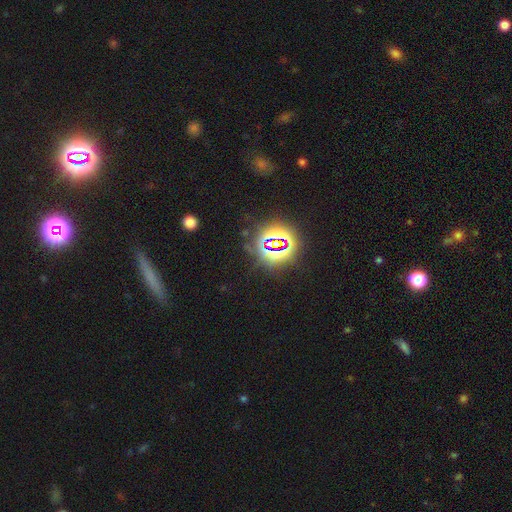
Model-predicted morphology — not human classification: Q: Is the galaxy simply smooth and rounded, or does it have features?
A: star or artifact — 74%.